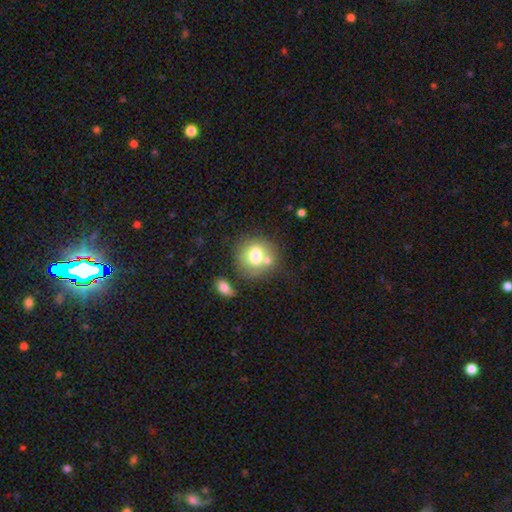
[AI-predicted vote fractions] smooth_or_featured: smooth (p=0.70) [alt: featured or disk p=0.21]
how_rounded: round (p=0.74) [alt: in between p=0.25]
merging: none (p=0.50) [alt: merger p=0.30]